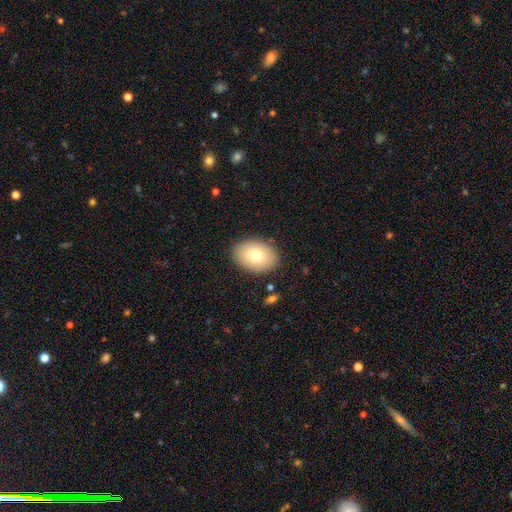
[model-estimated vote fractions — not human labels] Morphology: type=smooth (78%); roundness=in between (81%); merging=none (87%).